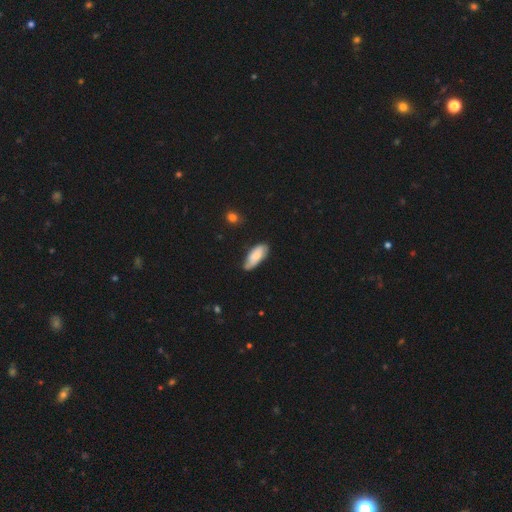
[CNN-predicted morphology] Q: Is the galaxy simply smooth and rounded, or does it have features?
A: smooth — 76%.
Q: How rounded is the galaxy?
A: in between — 79%.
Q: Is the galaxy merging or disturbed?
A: none — 69%.